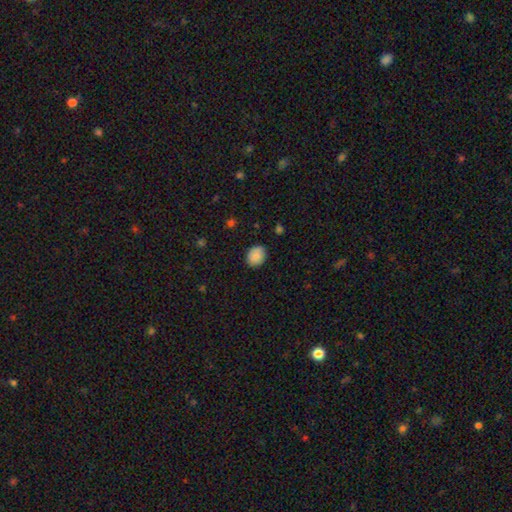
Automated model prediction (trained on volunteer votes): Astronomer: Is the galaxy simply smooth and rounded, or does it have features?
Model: smooth — 88%.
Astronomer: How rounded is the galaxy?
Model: round — 55% (runner-up: in between, 44%).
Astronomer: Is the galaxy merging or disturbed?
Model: none — 87%.